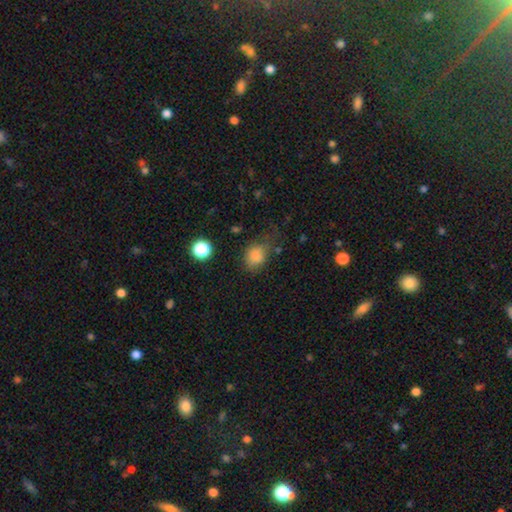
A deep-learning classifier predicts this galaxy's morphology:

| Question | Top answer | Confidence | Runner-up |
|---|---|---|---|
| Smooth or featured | smooth | 82% | star or artifact (12%) |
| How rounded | in between | 50% | round (49%) |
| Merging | none | 51% | minor disturbance (28%) |